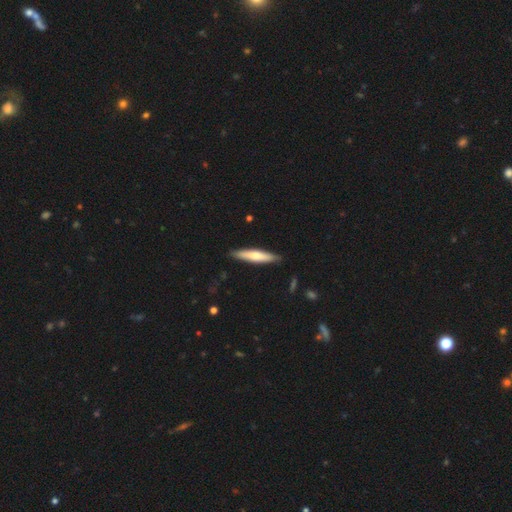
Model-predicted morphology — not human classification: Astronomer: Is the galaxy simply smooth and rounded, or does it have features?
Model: smooth — 61%.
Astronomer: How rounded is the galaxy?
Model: cigar-shaped — 86%.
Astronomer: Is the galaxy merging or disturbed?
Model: none — 88%.